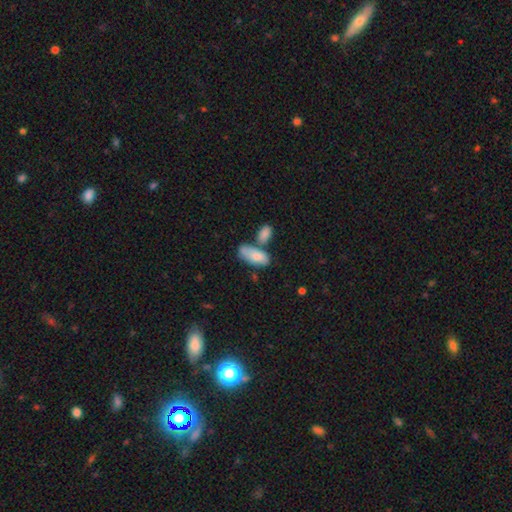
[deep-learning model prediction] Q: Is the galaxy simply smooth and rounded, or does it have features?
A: smooth — 78%.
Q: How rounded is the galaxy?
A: in between — 90%.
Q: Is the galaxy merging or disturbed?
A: merger — 38%.